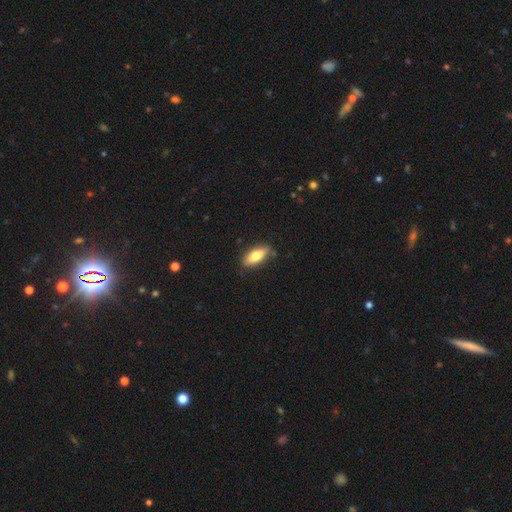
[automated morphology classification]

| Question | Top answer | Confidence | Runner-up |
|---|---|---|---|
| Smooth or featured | smooth | 73% | featured or disk (20%) |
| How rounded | in between | 72% | cigar-shaped (25%) |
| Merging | none | 83% | minor disturbance (13%) |